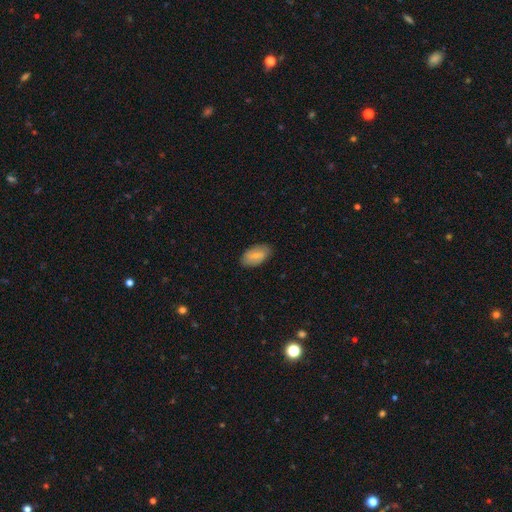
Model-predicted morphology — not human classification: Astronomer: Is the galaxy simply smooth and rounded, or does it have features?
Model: smooth — 71%.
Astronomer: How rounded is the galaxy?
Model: in between — 93%.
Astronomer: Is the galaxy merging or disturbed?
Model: none — 82%.